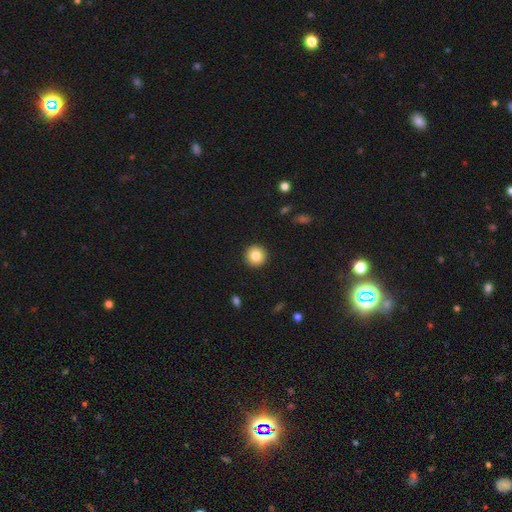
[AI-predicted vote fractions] This is clearly a smooth galaxy (84%). How rounded: clearly round (95%). Merging: clearly none (93%).